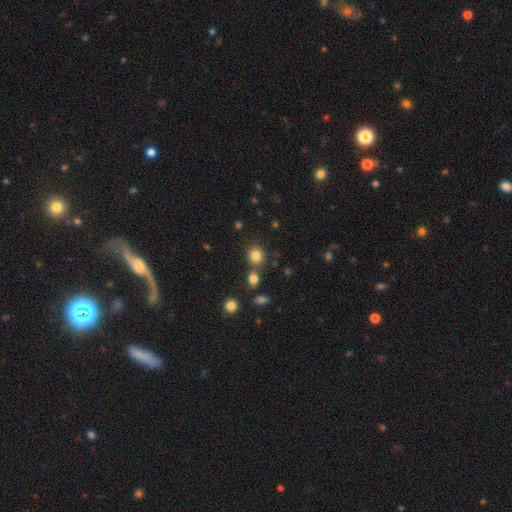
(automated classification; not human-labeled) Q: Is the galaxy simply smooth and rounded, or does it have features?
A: smooth — 82%.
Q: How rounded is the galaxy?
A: round — 79%.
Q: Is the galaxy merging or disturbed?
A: none — 72%.